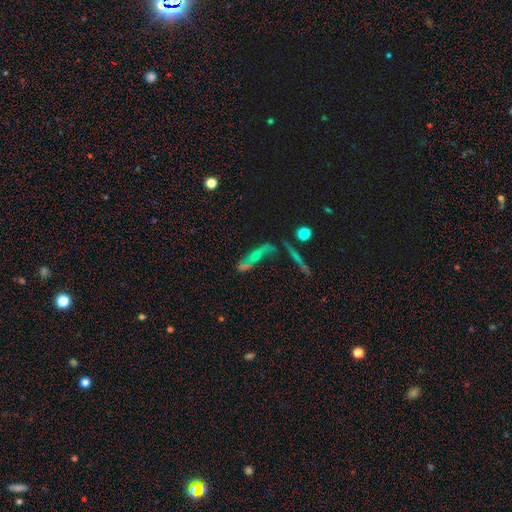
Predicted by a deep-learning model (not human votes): The model was most divided on "merging": none: 33%, merger: 29%, major disturbance: 22%, minor disturbance: 15%. More confident: edge-on disk — no (64%); smooth or featured — featured or disk (58%).